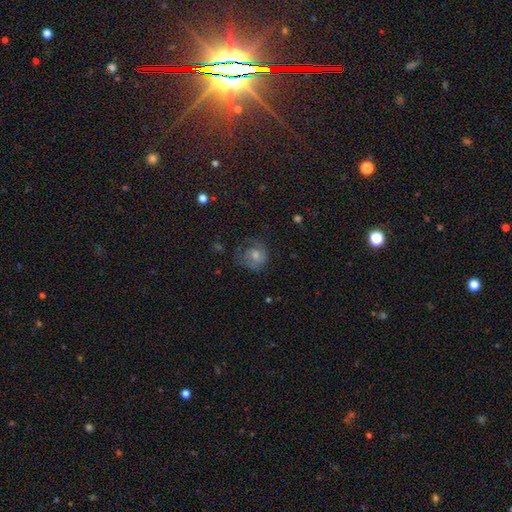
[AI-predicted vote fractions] This is possibly a featured or disk galaxy (51%). It is clearly not viewed edge-on (97%). Merging: possibly none (58%).